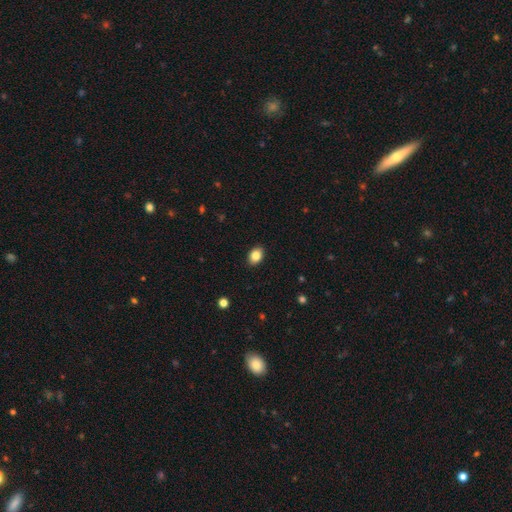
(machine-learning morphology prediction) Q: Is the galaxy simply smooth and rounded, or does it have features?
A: smooth — 85%.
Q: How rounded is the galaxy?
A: in between — 73%.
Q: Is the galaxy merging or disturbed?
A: none — 90%.